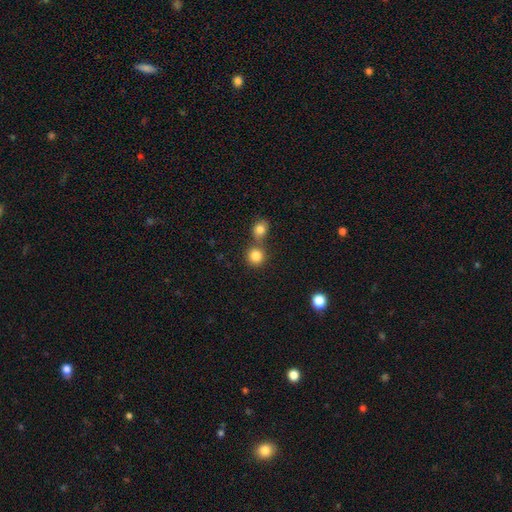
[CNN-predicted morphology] Overall: smooth (83%). How rounded: round (90%). Merging: none (59%; merger 32%).